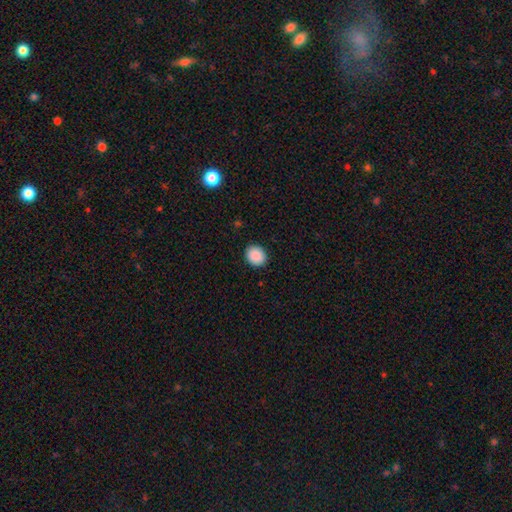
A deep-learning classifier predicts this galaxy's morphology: Smooth or featured? smooth (90%)
How rounded? round (64%)
Merging? none (91%)